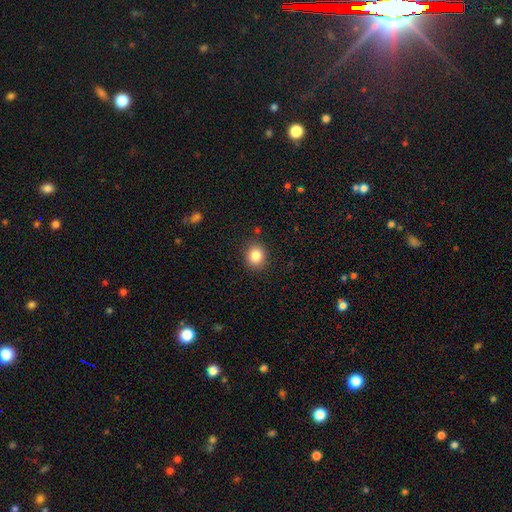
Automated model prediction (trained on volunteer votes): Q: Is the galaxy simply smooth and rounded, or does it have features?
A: smooth — 85%.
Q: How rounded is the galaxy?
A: round — 75%.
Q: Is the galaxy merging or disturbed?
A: none — 87%.